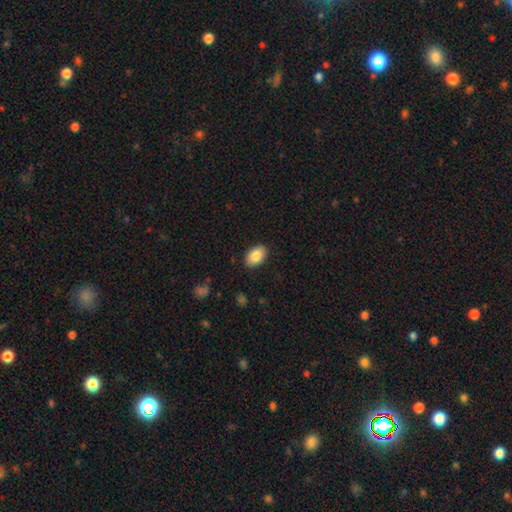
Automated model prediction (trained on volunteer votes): The model was most divided on "smooth or featured": smooth: 86%, featured or disk: 7%, star or artifact: 7%. More confident: how rounded — in between (90%); merging — none (88%).